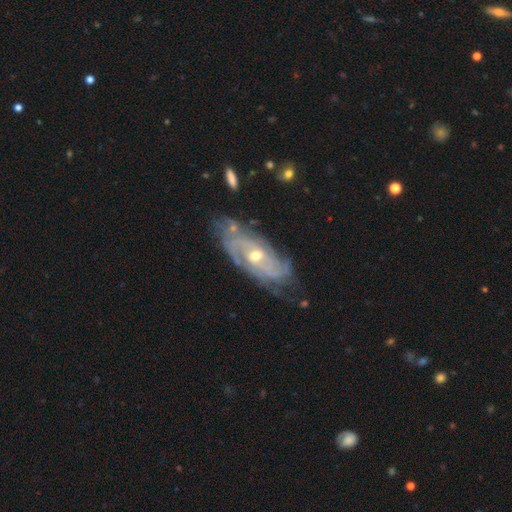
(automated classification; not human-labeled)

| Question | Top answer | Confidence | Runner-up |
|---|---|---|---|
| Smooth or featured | featured or disk | 87% | smooth (7%) |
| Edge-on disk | no | 91% | yes (9%) |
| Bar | no | 63% | weak (29%) |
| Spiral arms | yes | 95% | no (5%) |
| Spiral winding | tight | 63% | medium (29%) |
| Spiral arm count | can't tell | 33% | 2 (28%) |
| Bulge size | moderate | 61% | small (35%) |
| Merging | none | 70% | minor disturbance (21%) |